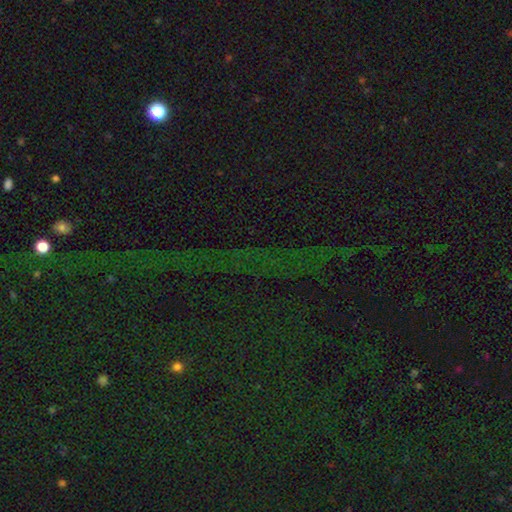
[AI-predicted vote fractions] The model was most divided on "smooth or featured": star or artifact: 80%, smooth: 10%, featured or disk: 10%.